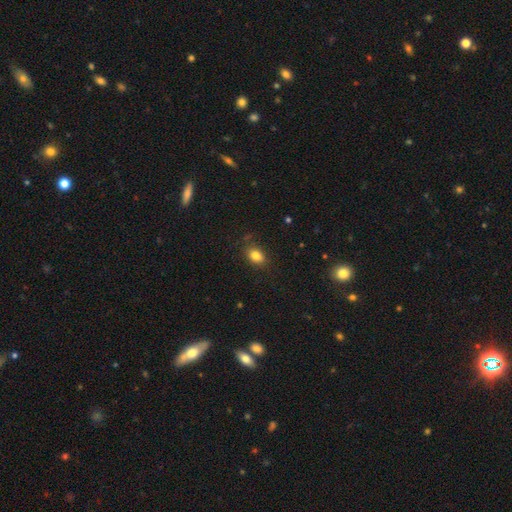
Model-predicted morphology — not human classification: Smooth or featured: smooth — 83% (star or artifact — 10%)
How rounded: in between — 73% (round — 25%)
Merging: none — 82% (minor disturbance — 13%)